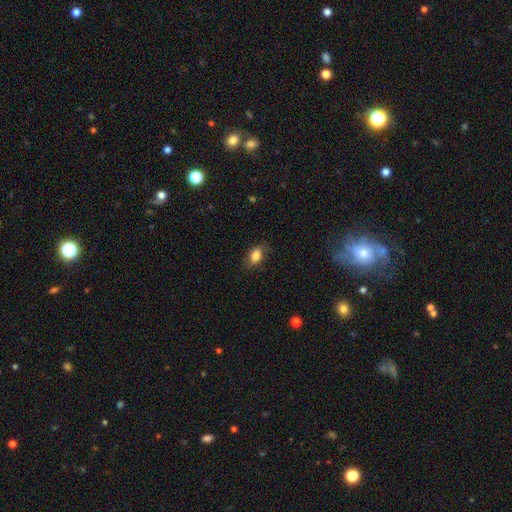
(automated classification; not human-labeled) Q: Smooth or featured?
A: smooth (80%); runner-up: featured or disk (12%)
Q: How rounded?
A: in between (84%); runner-up: round (13%)
Q: Merging?
A: none (74%); runner-up: minor disturbance (19%)